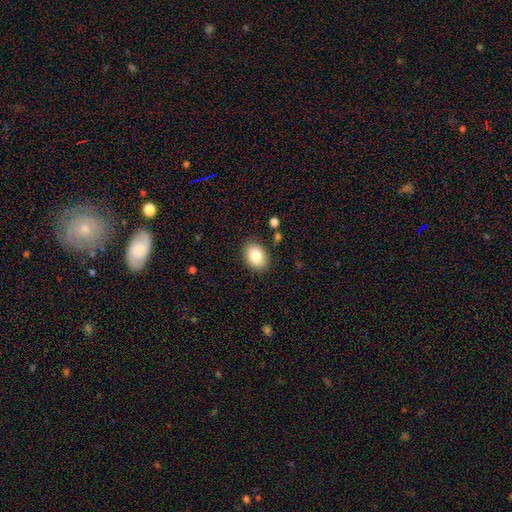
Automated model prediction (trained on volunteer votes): Smooth or featured? smooth (84%)
How rounded? in between (71%)
Merging? none (87%)